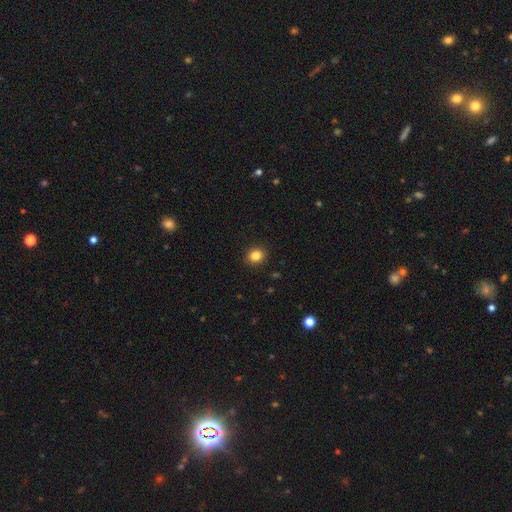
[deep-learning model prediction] Smooth or featured?
  - smooth: 85% *
  - star or artifact: 11%
  - featured or disk: 4%
How rounded?
  - round: 71% *
  - in between: 28%
  - cigar-shaped: 1%
Merging?
  - none: 91% *
  - minor disturbance: 6%
  - major disturbance: 2%
  - merger: 1%